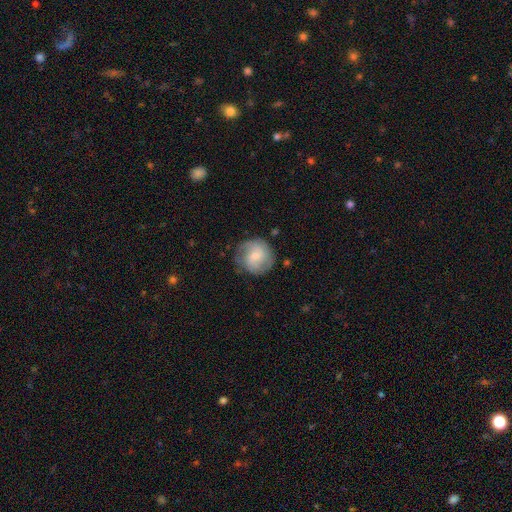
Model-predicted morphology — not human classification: featured or disk 53%, smooth 40%, star or artifact 7%. Down the decision tree: edge-on disk — no (98%); bar — no (50%); spiral arms — yes (87%); bulge size — small (57%); merging — none (73%).